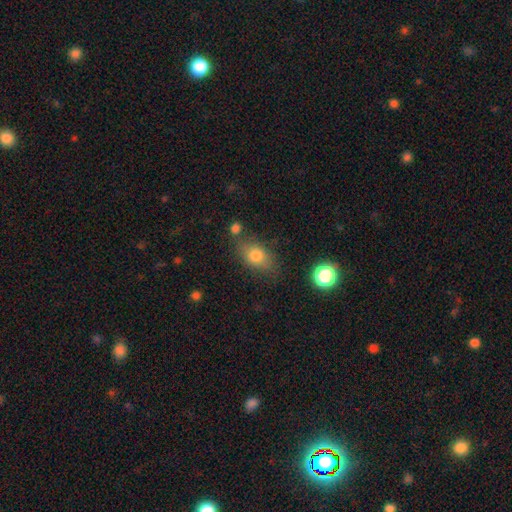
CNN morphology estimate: smooth-or-featured: smooth: 78% | featured or disk: 13% | star or artifact: 10%
  how-rounded: in between: 78% | round: 19% | cigar-shaped: 3%
  merging: none: 67% | minor disturbance: 19% | merger: 8% | major disturbance: 7%